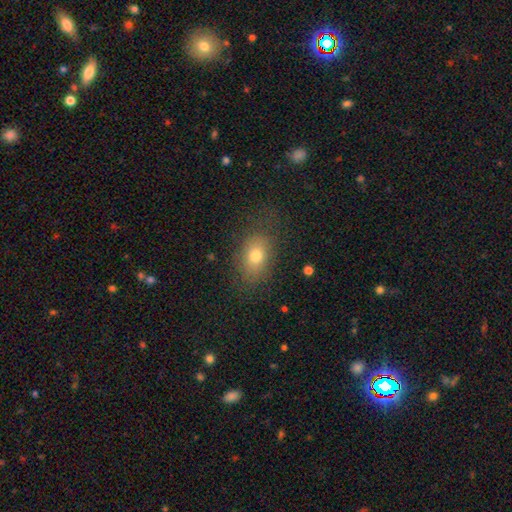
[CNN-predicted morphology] type=smooth (75%); roundness=in between (76%); merging=none (73%).